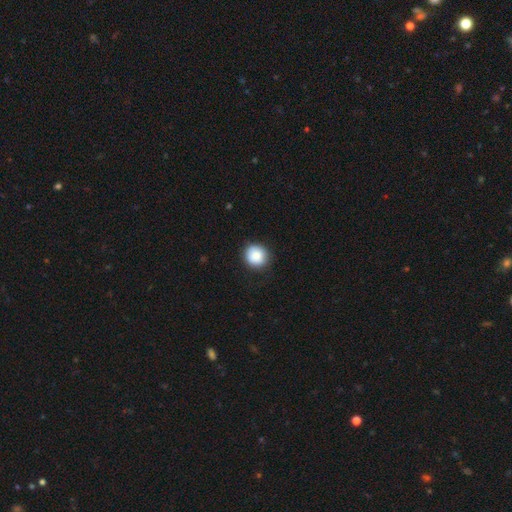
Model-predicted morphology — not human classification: Smooth or featured?
  - smooth: 87% *
  - star or artifact: 8%
  - featured or disk: 5%
How rounded?
  - round: 91% *
  - in between: 8%
  - cigar-shaped: 1%
Merging?
  - none: 85% *
  - minor disturbance: 12%
  - major disturbance: 2%
  - merger: 1%